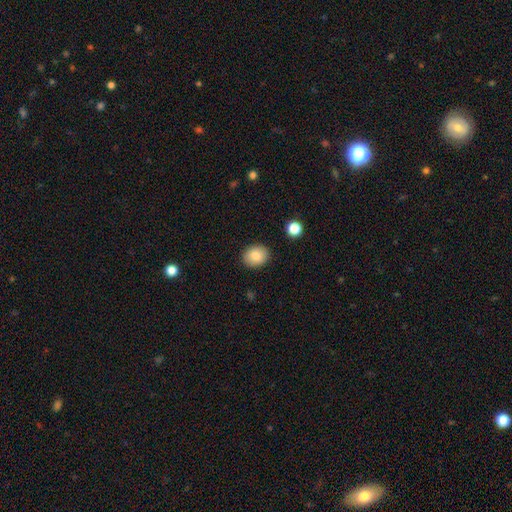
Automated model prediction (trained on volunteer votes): Smooth or featured? smooth (84%)
How rounded? round (54%)
Merging? none (89%)